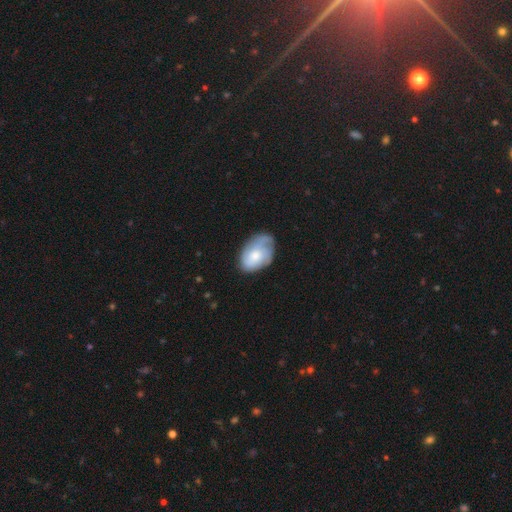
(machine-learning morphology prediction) A featured or disk galaxy (48%).

Vote fractions:
- Smooth or featured? featured or disk: 48% / smooth: 45% / star or artifact: 6%
- Merging? none: 56% / minor disturbance: 30% / major disturbance: 12% / merger: 2%